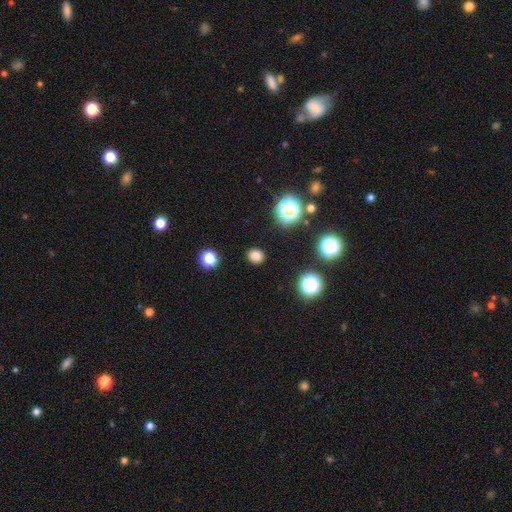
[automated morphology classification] This appears to be a smooth galaxy with no disk features (79%) that is round (65%). Merging: none (89%).